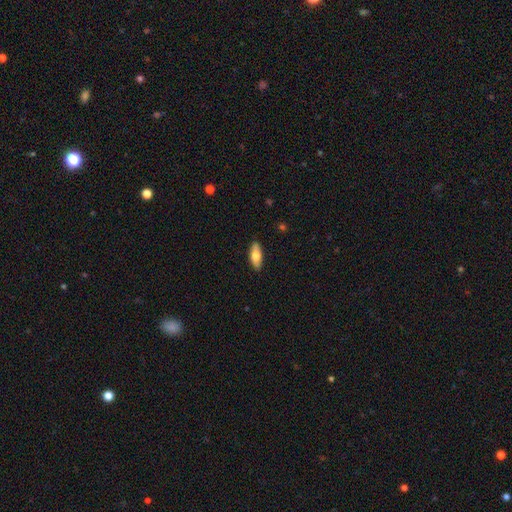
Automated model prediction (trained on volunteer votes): This is likely a smooth galaxy (70%). How rounded: likely in between (73%). Merging: clearly none (88%).